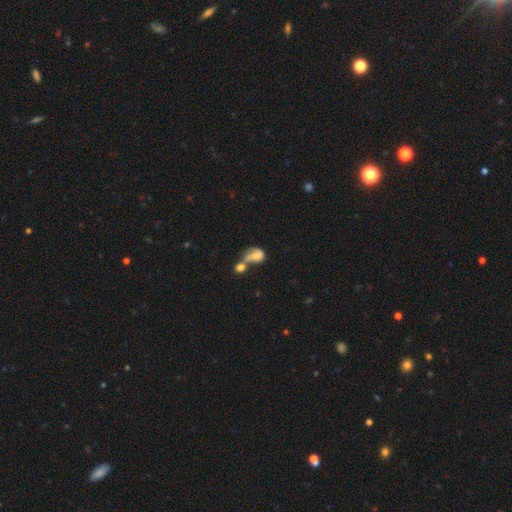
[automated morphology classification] Smooth or featured: featured or disk — 46% (smooth — 44%)
Merging: merger — 57% (none — 17%)